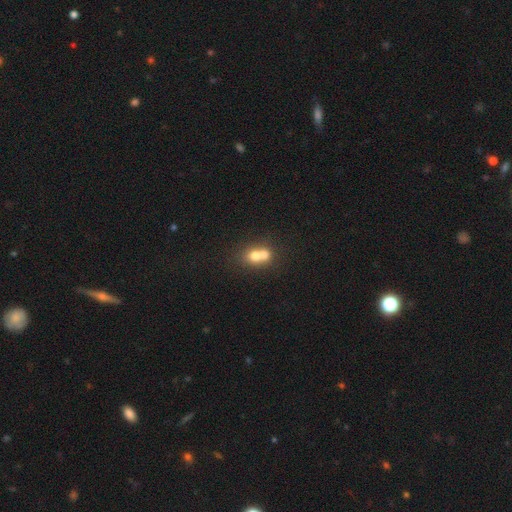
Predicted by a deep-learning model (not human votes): Overall: smooth (67%). How rounded: round (63%; in between 36%). Merging: merger (67%).